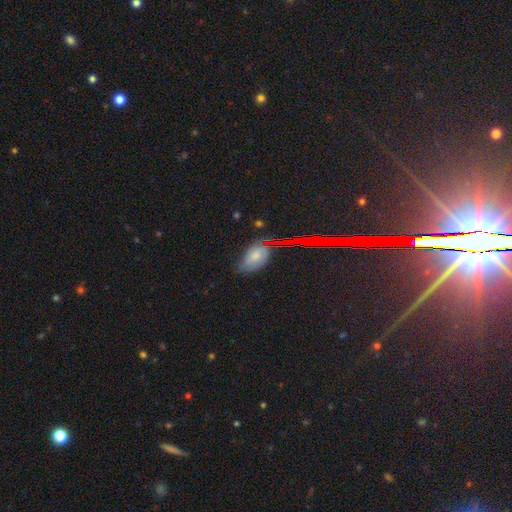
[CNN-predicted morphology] Smooth or featured?
  - smooth: 63% *
  - featured or disk: 20%
  - star or artifact: 18%
How rounded?
  - in between: 86% *
  - round: 11%
  - cigar-shaped: 3%
Merging?
  - none: 51% *
  - minor disturbance: 37%
  - major disturbance: 10%
  - merger: 3%